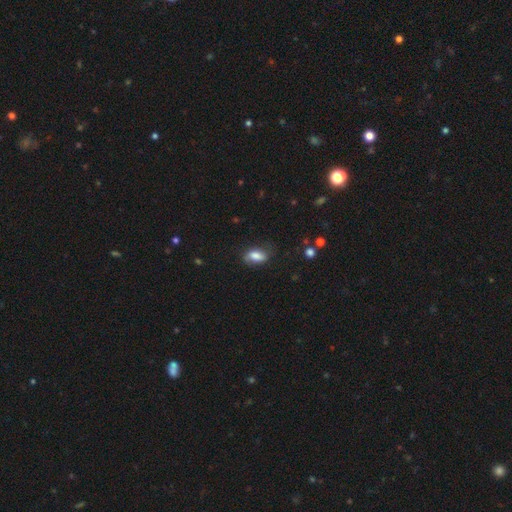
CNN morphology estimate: The model was most divided on "merging": none: 65%, minor disturbance: 25%, major disturbance: 8%, merger: 2%. More confident: how rounded — in between (87%); smooth or featured — smooth (77%).